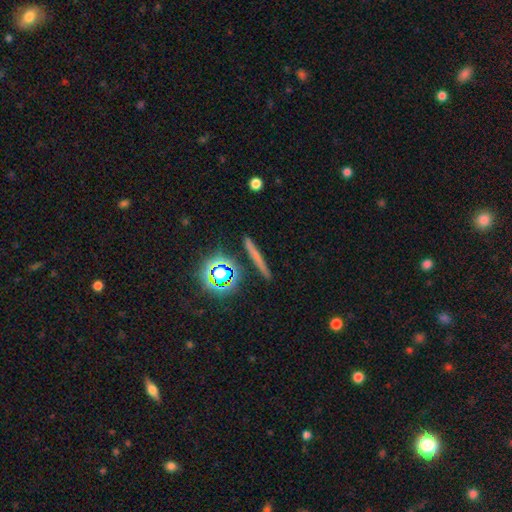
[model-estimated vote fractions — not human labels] Morphology: type=smooth (51%); roundness=cigar-shaped (85%); merging=none (88%).